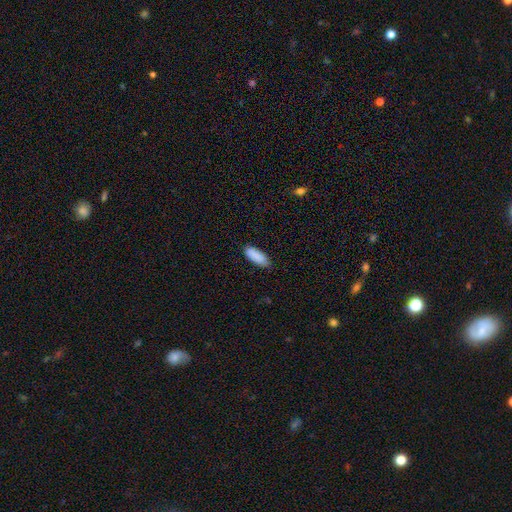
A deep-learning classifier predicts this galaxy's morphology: Smooth or featured: smooth — 90% (star or artifact — 6%)
How rounded: in between — 76% (cigar-shaped — 22%)
Merging: none — 83% (minor disturbance — 14%)